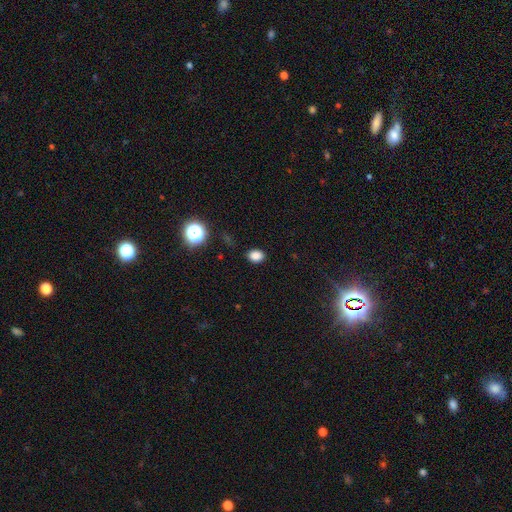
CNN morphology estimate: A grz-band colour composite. It shows a smooth galaxy with no disk features (83%) that is in between round and cigar-shaped (61%). Merging: none (87%).